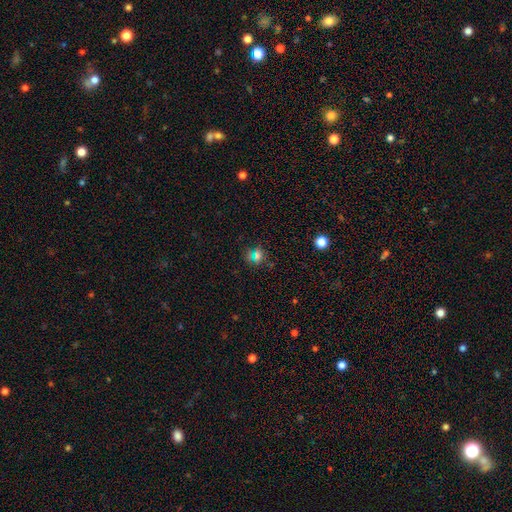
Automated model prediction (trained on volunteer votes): smooth-or-featured: smooth: 54% | star or artifact: 36% | featured or disk: 10%
  how-rounded: round: 79% | in between: 18% | cigar-shaped: 3%
  merging: none: 79% | minor disturbance: 11% | major disturbance: 6% | merger: 5%